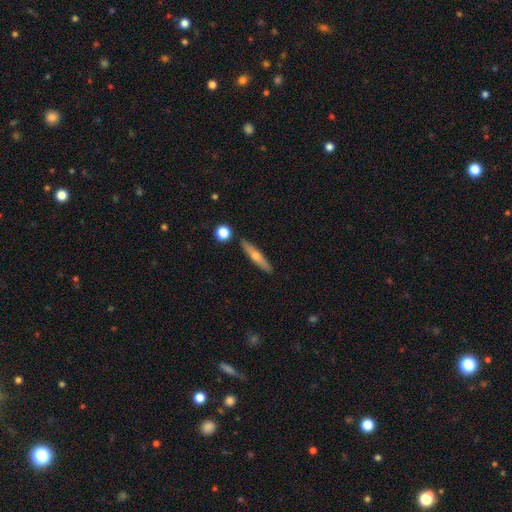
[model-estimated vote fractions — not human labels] A featured or disk galaxy (49%). Merging: none (88%).